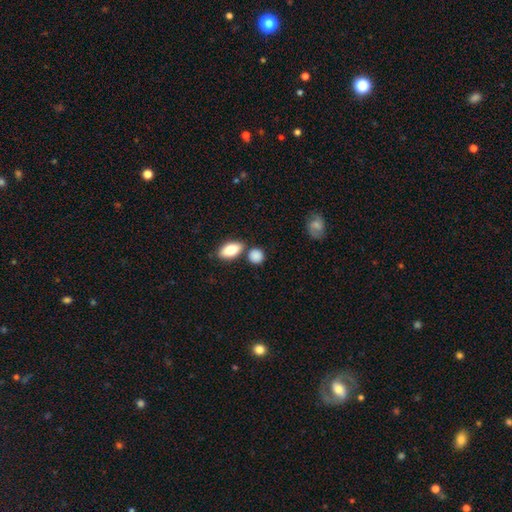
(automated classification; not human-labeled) This appears to be a smooth galaxy with no disk features (86%) that is round (62%). Merging: none (71%).